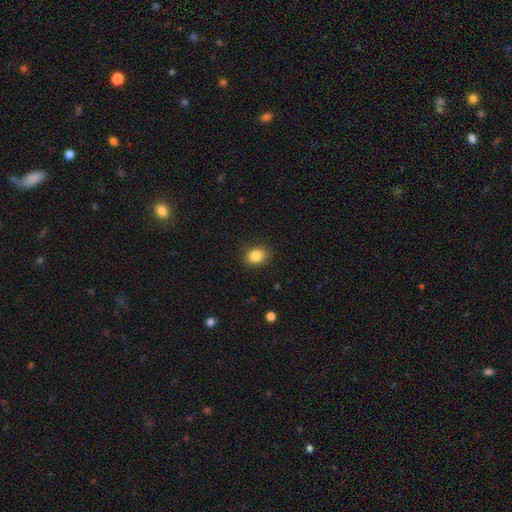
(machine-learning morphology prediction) A smooth galaxy with no disk features (85%) that is in between round and cigar-shaped (51%).

Vote fractions:
- Smooth or featured? smooth: 85% / star or artifact: 10% / featured or disk: 5%
- How rounded? in between: 51% / round: 48% / cigar-shaped: 1%
- Merging? none: 85% / minor disturbance: 11% / major disturbance: 3% / merger: 1%